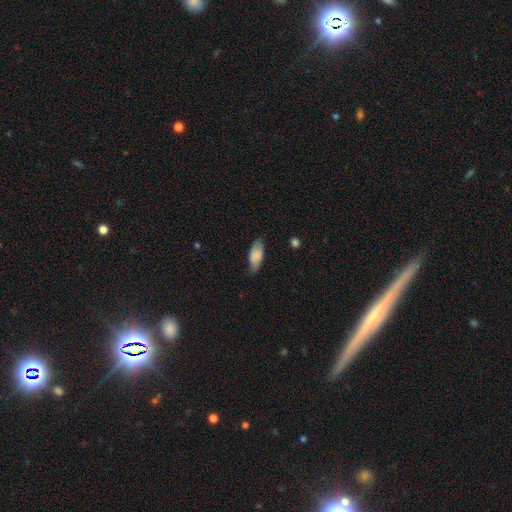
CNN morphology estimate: smooth_or_featured: smooth (p=0.84) [alt: featured or disk p=0.10]
how_rounded: in between (p=0.84) [alt: cigar-shaped p=0.14]
merging: none (p=0.75) [alt: minor disturbance p=0.20]